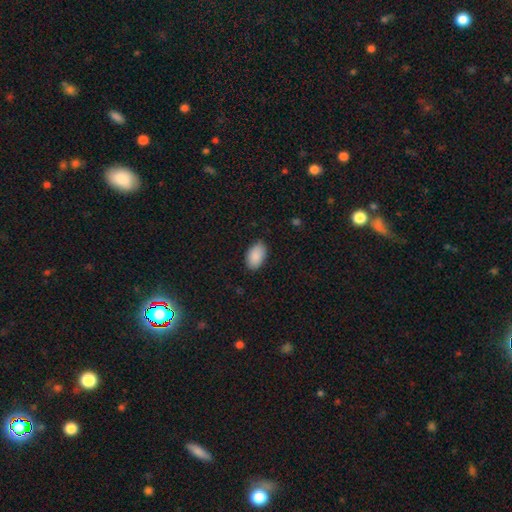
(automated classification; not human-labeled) Q: Smooth or featured?
A: smooth (90%); runner-up: star or artifact (6%)
Q: How rounded?
A: in between (92%); runner-up: round (6%)
Q: Merging?
A: none (83%); runner-up: minor disturbance (14%)